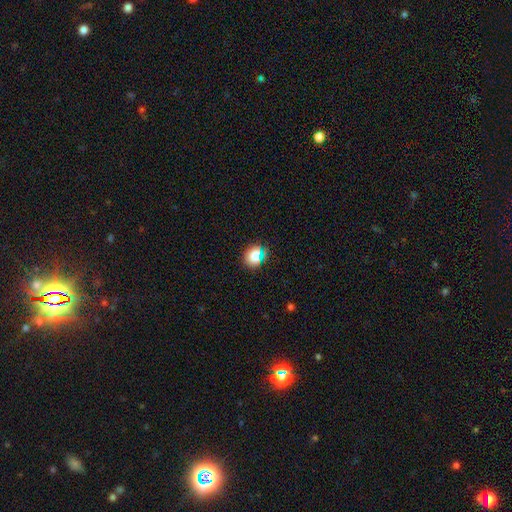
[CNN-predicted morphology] Q: Smooth or featured?
A: smooth (78%); runner-up: star or artifact (16%)
Q: How rounded?
A: round (68%); runner-up: in between (30%)
Q: Merging?
A: none (83%); runner-up: minor disturbance (11%)